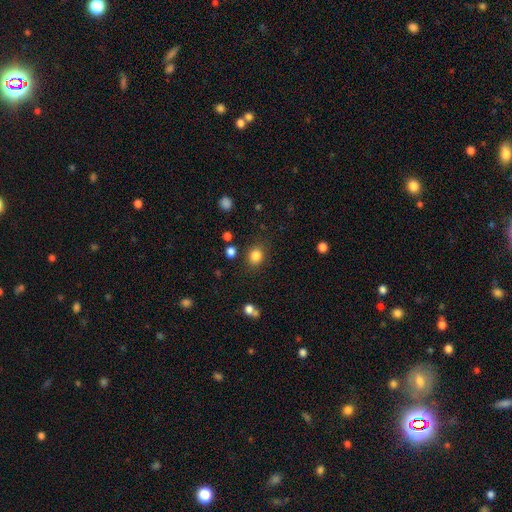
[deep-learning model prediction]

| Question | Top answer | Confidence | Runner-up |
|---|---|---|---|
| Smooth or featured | smooth | 84% | star or artifact (11%) |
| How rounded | round | 64% | in between (35%) |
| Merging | none | 82% | minor disturbance (11%) |